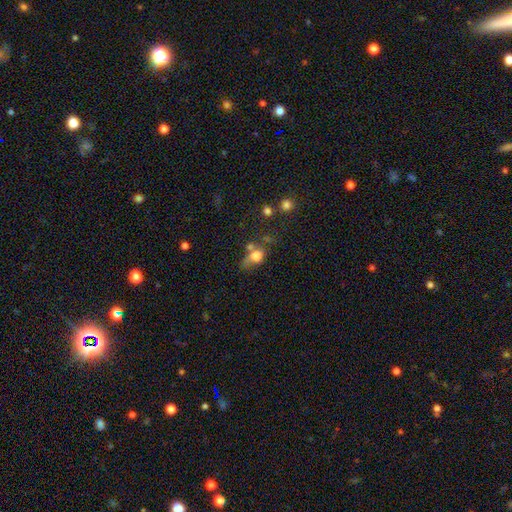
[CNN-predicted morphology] Smooth or featured? smooth (73%)
How rounded? in between (55%)
Merging? none (30%)